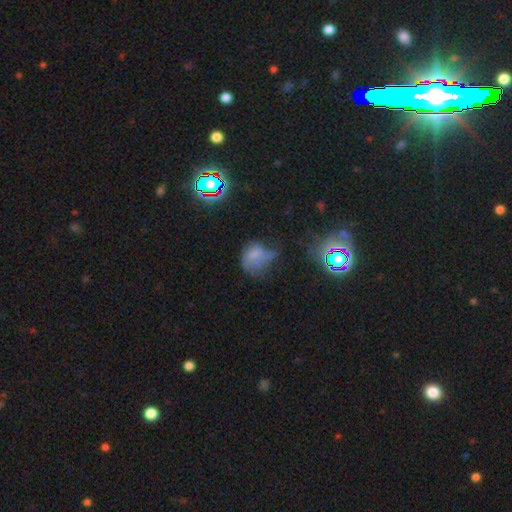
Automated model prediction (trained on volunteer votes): This is possibly a smooth galaxy (48%). Merging: marginally major disturbance (41%).